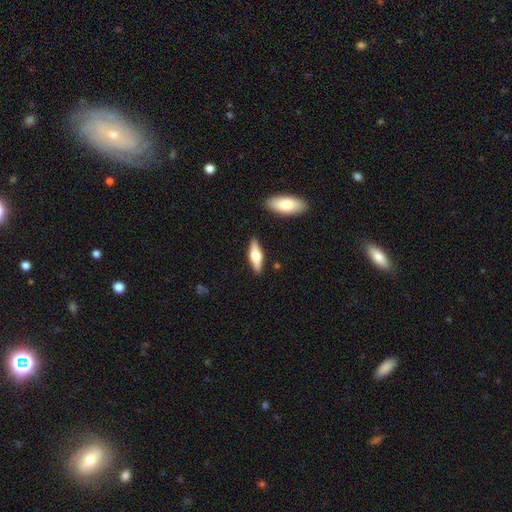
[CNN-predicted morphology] The model was most divided on "smooth or featured": featured or disk: 52%, smooth: 43%, star or artifact: 5%. More confident: edge-on disk — yes (93%); merging — none (87%).